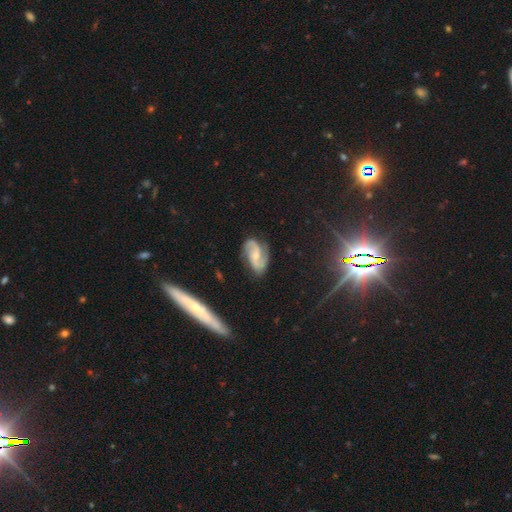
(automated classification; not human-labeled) Smooth or featured? featured or disk (83%)
Edge-on disk? no (97%)
Bar? no (48%)
Spiral arms? yes (96%)
Spiral winding? medium (49%)
Spiral arm count? 2 (88%)
Bulge size? small (50%)
Merging? none (75%)